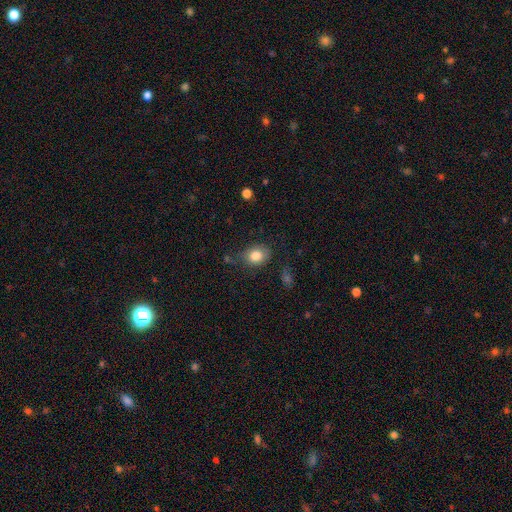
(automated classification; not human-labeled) A smooth galaxy with no disk features (83%) that is in between round and cigar-shaped (55%). Merging: none (68%).